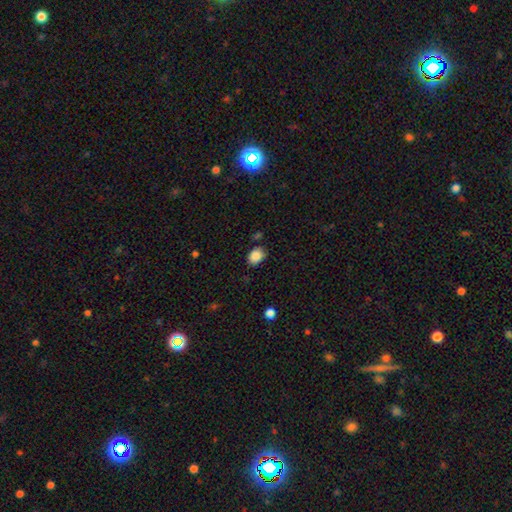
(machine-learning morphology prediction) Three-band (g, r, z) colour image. It shows a smooth galaxy with no disk features (87%) that is in between round and cigar-shaped (61%). Merging: none (77%).